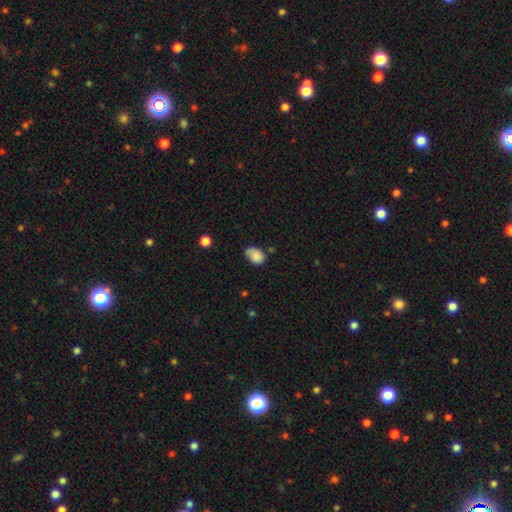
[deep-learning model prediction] The model was most divided on "merging": none: 50%, minor disturbance: 34%, major disturbance: 12%, merger: 4%. More confident: smooth or featured — smooth (77%); how rounded — in between (75%).